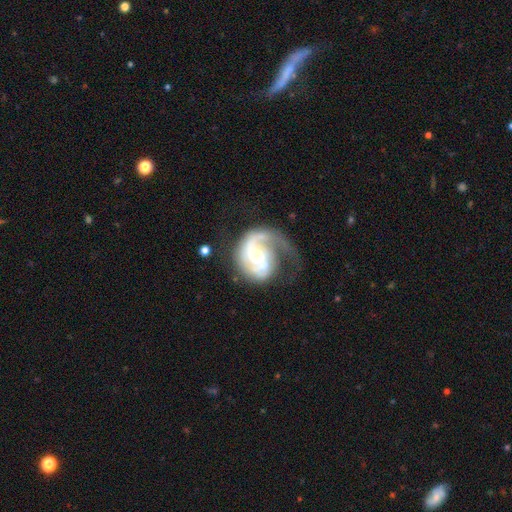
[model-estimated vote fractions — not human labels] smooth_or_featured: featured or disk (p=0.85) [alt: smooth p=0.10]
disk_edge_on: no (p=0.98) [alt: yes p=0.02]
bar: no (p=0.45) [alt: weak p=0.43]
has_spiral_arms: yes (p=0.95) [alt: no p=0.05]
spiral_winding: medium (p=0.43) [alt: tight p=0.32]
spiral_arm_count: 1 (p=0.56) [alt: 2 p=0.29]
bulge_size: moderate (p=0.62) [alt: small p=0.18]
merging: major disturbance (p=0.38) [tied with: none p=0.38]